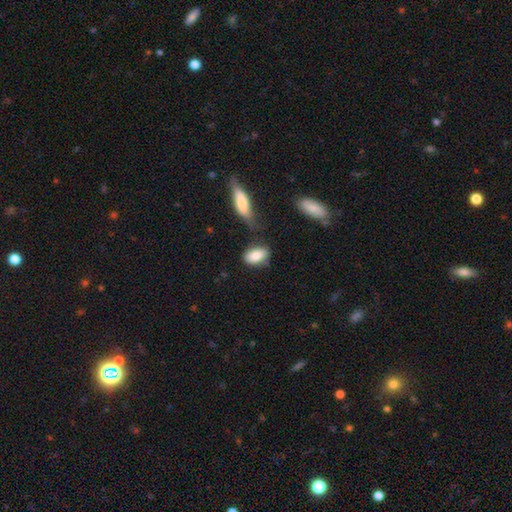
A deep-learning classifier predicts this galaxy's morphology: Smooth or featured? Predicted: smooth (p=0.85). How rounded? Predicted: in between (p=0.90). Merging? Predicted: none (p=0.60).